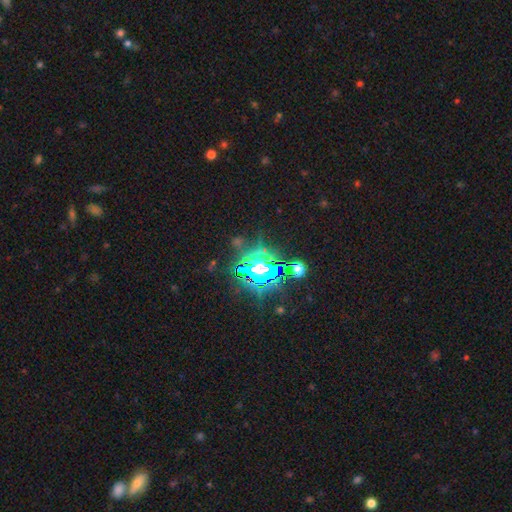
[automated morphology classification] Overall: star or artifact (80%).